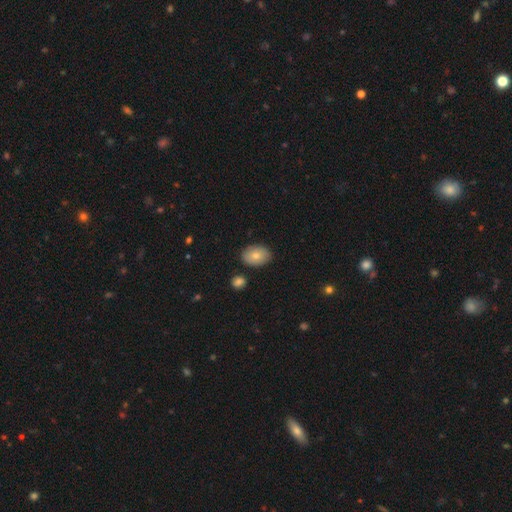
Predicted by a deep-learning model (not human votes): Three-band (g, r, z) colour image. It shows a smooth galaxy with no disk features (79%) that is in between round and cigar-shaped (82%). Merging: none (85%).